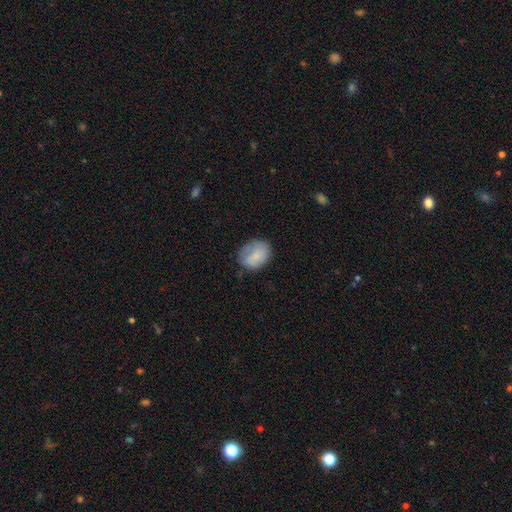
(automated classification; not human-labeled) smooth-or-featured: smooth: 75% | featured or disk: 17% | star or artifact: 8%
  how-rounded: in between: 52% | round: 47% | cigar-shaped: 1%
  merging: none: 62% | minor disturbance: 26% | major disturbance: 10% | merger: 2%